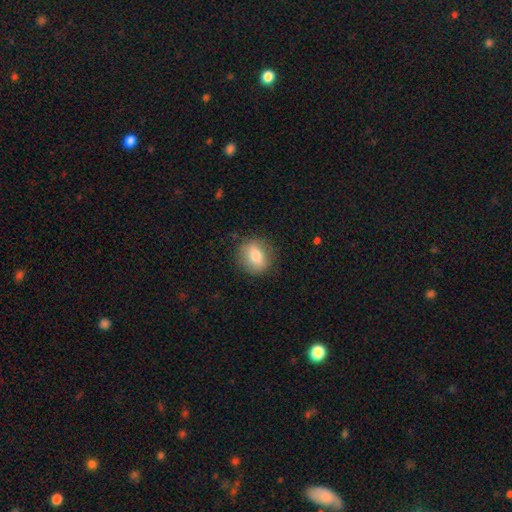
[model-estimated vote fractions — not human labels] smooth 72%, featured or disk 20%, star or artifact 8%. Down the decision tree: how rounded — round (70%); merging — none (83%).